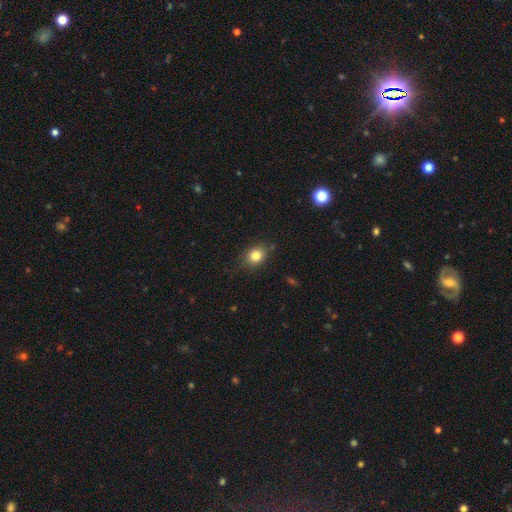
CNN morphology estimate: Q: Smooth or featured?
A: smooth (82%); runner-up: star or artifact (11%)
Q: How rounded?
A: round (56%); runner-up: in between (43%)
Q: Merging?
A: none (79%); runner-up: minor disturbance (16%)